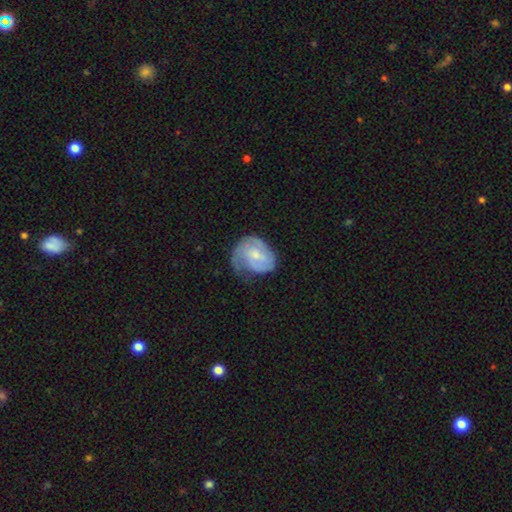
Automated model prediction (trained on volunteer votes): Smooth or featured: featured or disk — 60% (smooth — 34%)
Edge-on disk: no — 98% (yes — 2%)
Bar: no — 53% (weak — 40%)
Spiral arms: yes — 85% (no — 15%)
Bulge size: small — 54% (moderate — 35%)
Merging: none — 41% (minor disturbance — 33%)